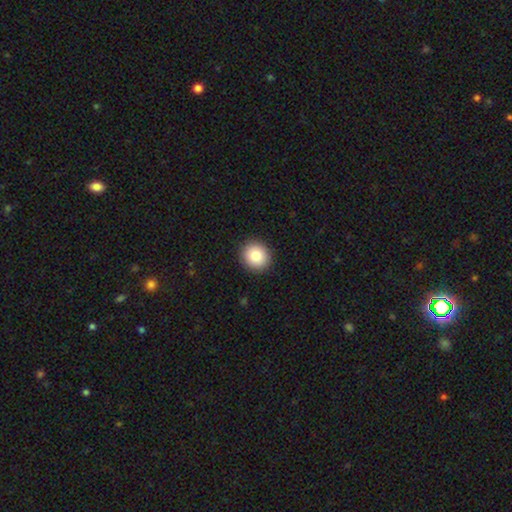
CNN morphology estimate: Overall: smooth (84%). How rounded: round (86%). Merging: none (92%).